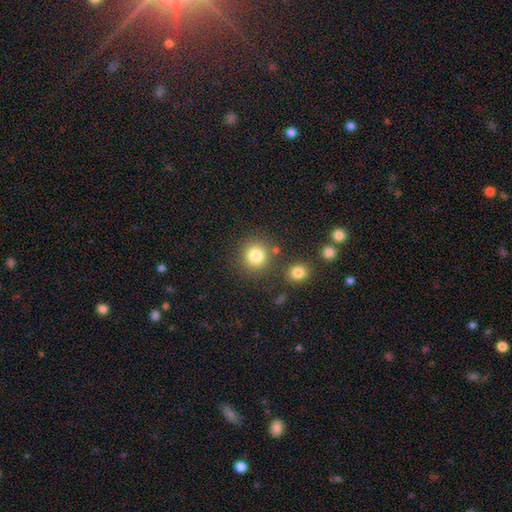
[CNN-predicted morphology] Smooth or featured: smooth — 82% (star or artifact — 11%)
How rounded: round — 90% (in between — 9%)
Merging: none — 79% (minor disturbance — 9%)